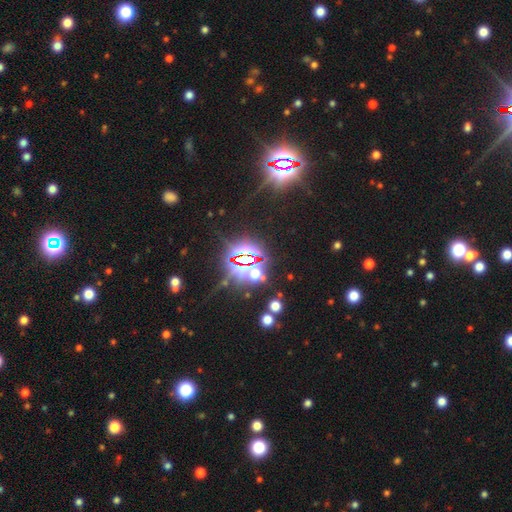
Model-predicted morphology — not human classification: Smooth or featured: star or artifact — 83% (smooth — 9%)